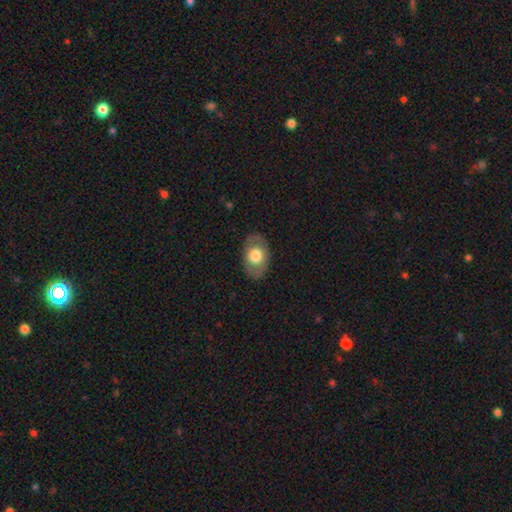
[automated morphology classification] Overall: smooth (62%; featured or disk 32%). How rounded: in between (84%). Merging: none (83%).